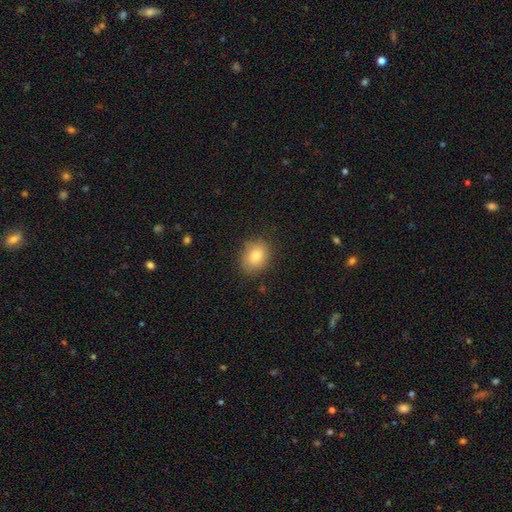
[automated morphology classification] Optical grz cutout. It shows a smooth galaxy with no disk features (82%) that is in between round and cigar-shaped (53%). Merging: none (84%).